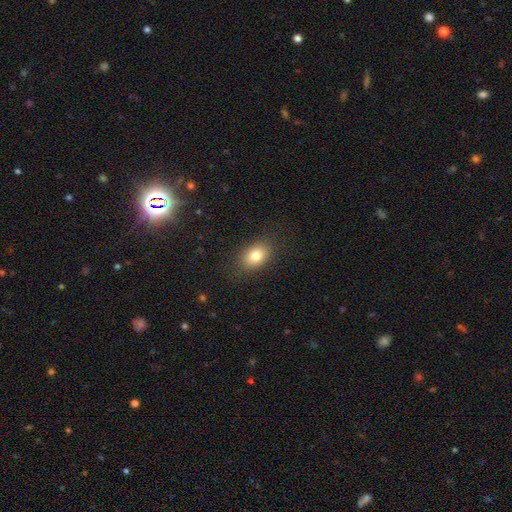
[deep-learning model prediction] Overall: smooth (80%). How rounded: in between (77%). Merging: none (85%).